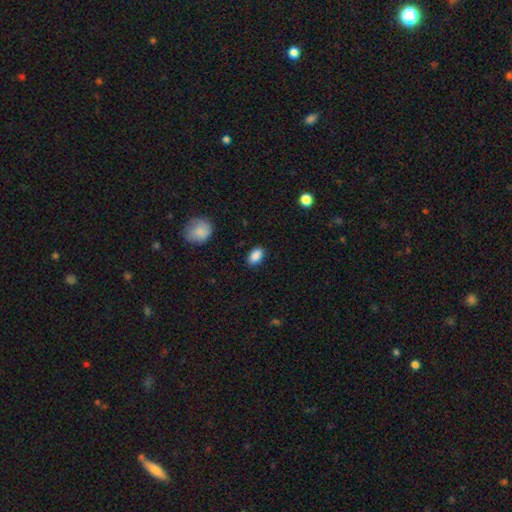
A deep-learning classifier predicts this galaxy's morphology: smooth 88%, star or artifact 8%, featured or disk 4%. Down the decision tree: how rounded — in between (88%); merging — none (86%).